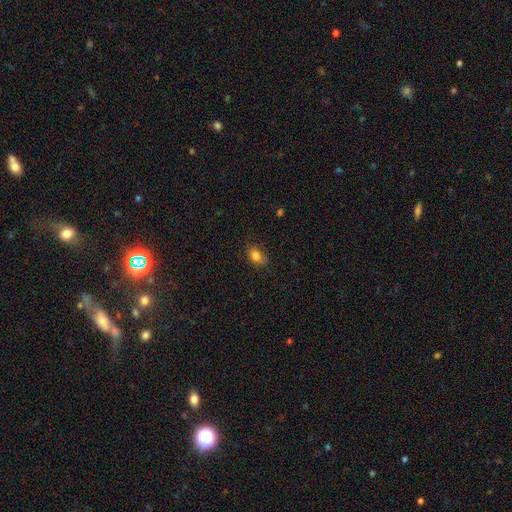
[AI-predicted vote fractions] smooth 83%, star or artifact 10%, featured or disk 8%. Down the decision tree: how rounded — in between (77%); merging — none (73%).